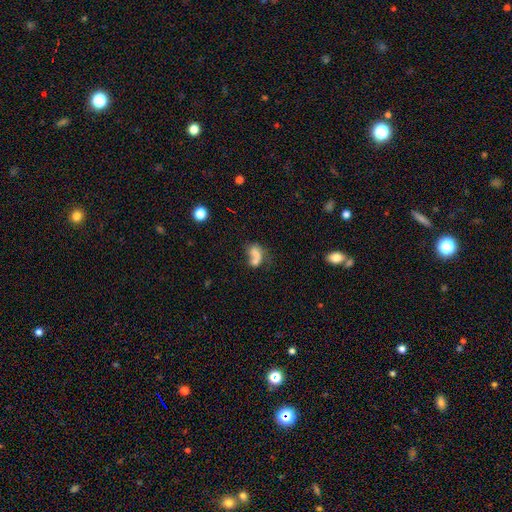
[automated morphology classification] Smooth or featured?
  - smooth: 62% *
  - featured or disk: 25%
  - star or artifact: 13%
How rounded?
  - in between: 72% *
  - round: 25%
  - cigar-shaped: 3%
Merging?
  - merger: 57% *
  - none: 20%
  - major disturbance: 12%
  - minor disturbance: 11%